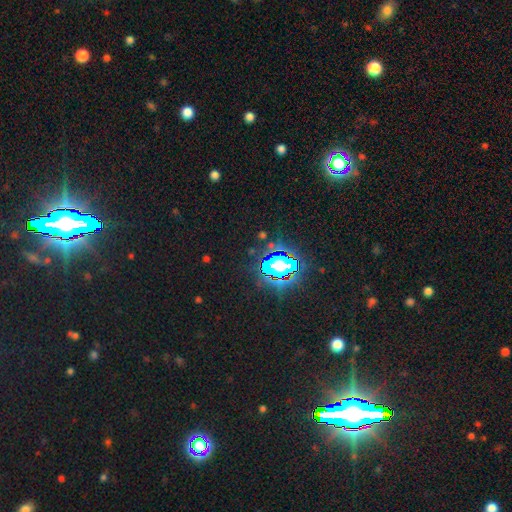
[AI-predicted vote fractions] Smooth or featured? star or artifact (83%)